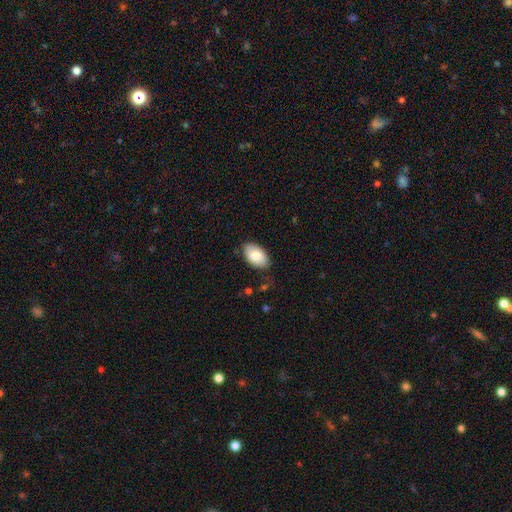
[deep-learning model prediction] A smooth galaxy with no disk features (83%) that is in between round and cigar-shaped (94%).

Vote fractions:
- Smooth or featured? smooth: 83% / featured or disk: 11% / star or artifact: 6%
- How rounded? in between: 94% / round: 4% / cigar-shaped: 1%
- Merging? none: 80% / minor disturbance: 16% / major disturbance: 3% / merger: 1%